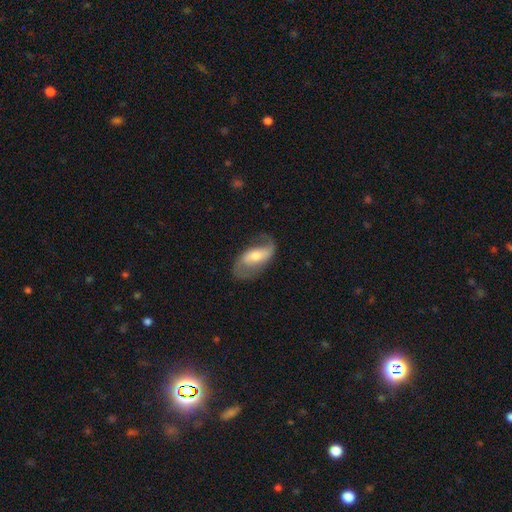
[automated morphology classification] Smooth or featured?
  - featured or disk: 76% *
  - smooth: 19%
  - star or artifact: 6%
Edge-on disk?
  - no: 95% *
  - yes: 5%
Bar?
  - weak: 38% *
  - strong: 34%
  - no: 28%
Spiral arms?
  - yes: 90% *
  - no: 10%
Spiral winding?
  - loose: 54% *
  - medium: 34%
  - tight: 12%
Spiral arm count?
  - 2: 87% *
  - 1: 6%
  - can't tell: 5%
  - 3: 1%
  - 4: 1%
  - more than 4: 1%
Bulge size?
  - moderate: 56% *
  - small: 34%
  - large: 7%
  - none: 2%
  - dominant: 1%
Merging?
  - none: 70% *
  - minor disturbance: 18%
  - major disturbance: 11%
  - merger: 2%